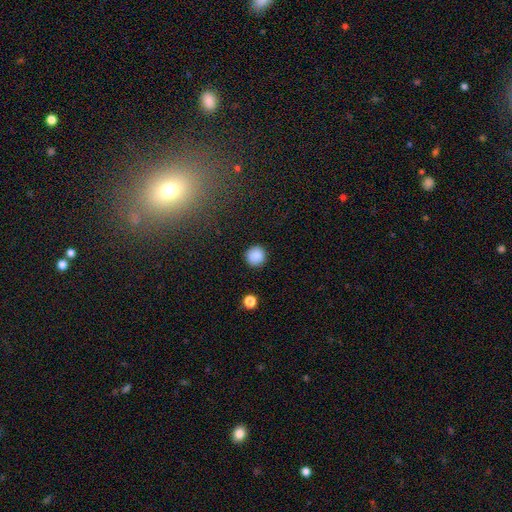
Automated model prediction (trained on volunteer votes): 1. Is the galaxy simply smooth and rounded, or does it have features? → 87% smooth, 10% star or artifact, 3% featured or disk.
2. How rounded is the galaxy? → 95% round, 4% in between, 1% cigar-shaped.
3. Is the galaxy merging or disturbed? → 90% none, 7% minor disturbance, 2% major disturbance, 1% merger.